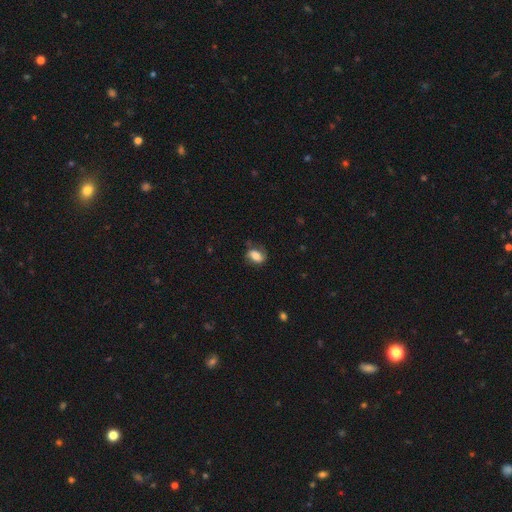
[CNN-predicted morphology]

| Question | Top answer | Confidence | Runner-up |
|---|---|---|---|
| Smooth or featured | smooth | 64% | featured or disk (27%) |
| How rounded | in between | 81% | round (17%) |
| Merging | none | 57% | minor disturbance (27%) |